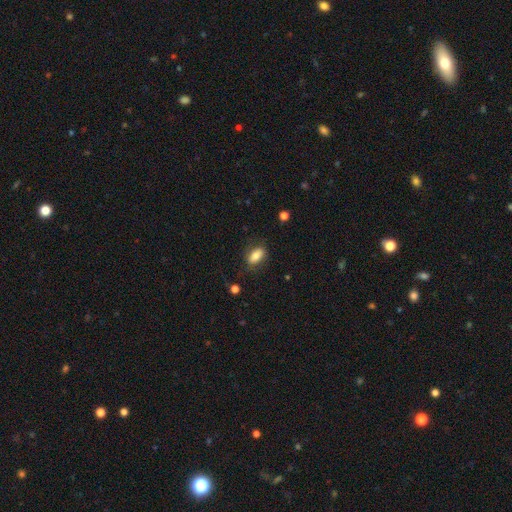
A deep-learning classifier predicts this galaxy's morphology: Q: Smooth or featured?
A: smooth (79%); runner-up: featured or disk (13%)
Q: How rounded?
A: in between (88%); runner-up: round (7%)
Q: Merging?
A: none (76%); runner-up: minor disturbance (16%)